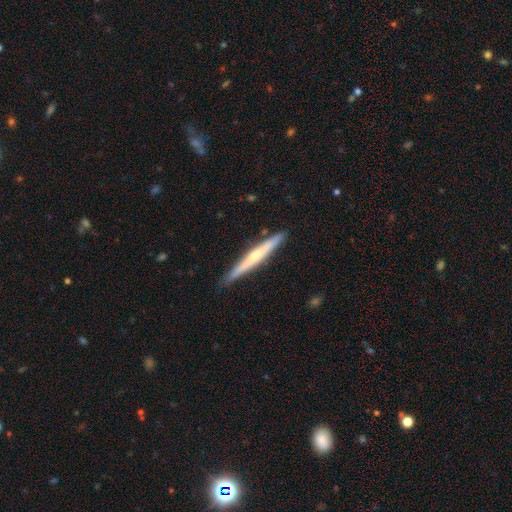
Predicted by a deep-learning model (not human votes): Overall: featured or disk (60%; smooth 35%). Edge-on disk: yes (97%). Edge-on bulge: rounded (70%). Merging: none (88%).